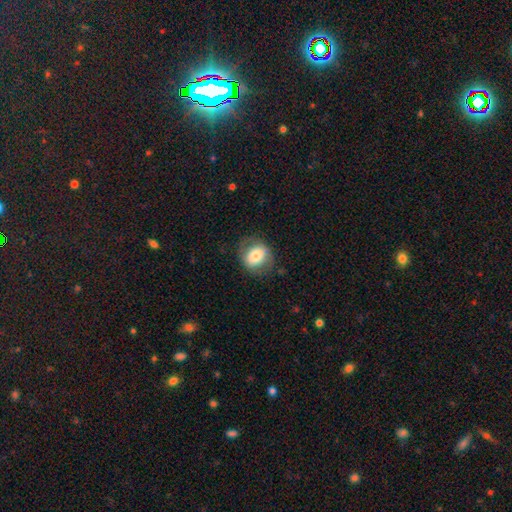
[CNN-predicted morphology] This appears to be a smooth galaxy with no disk features (69%) that is round (61%). Merging: none (74%).